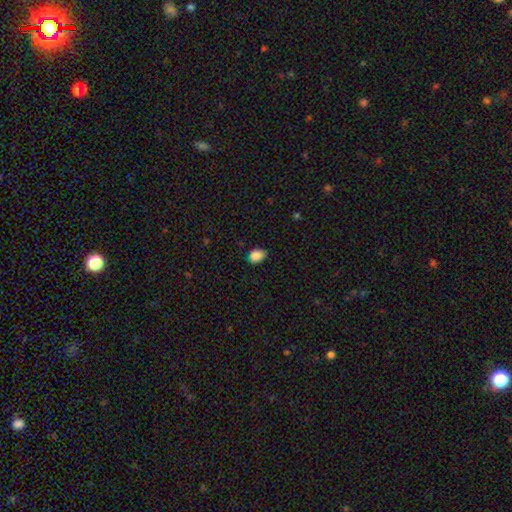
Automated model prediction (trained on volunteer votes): Smooth or featured? Predicted: smooth (p=0.87). How rounded? Predicted: in between (p=0.67). Merging? Predicted: none (p=0.76).